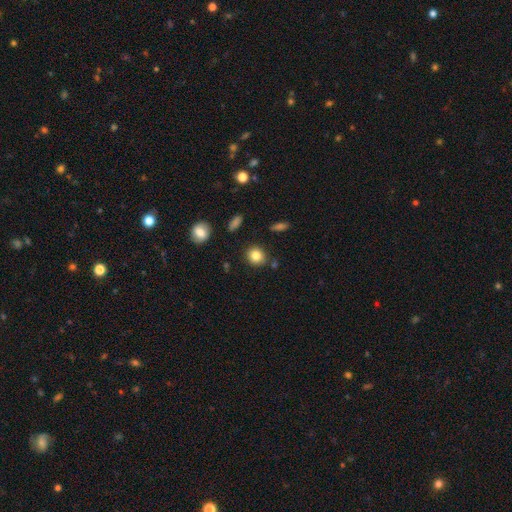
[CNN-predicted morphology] Smooth or featured? smooth (83%)
How rounded? round (82%)
Merging? none (83%)